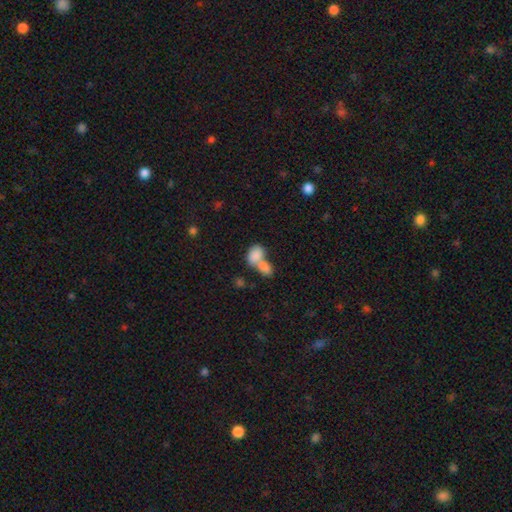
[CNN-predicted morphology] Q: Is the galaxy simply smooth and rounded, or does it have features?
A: smooth — 83%.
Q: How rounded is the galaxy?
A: in between — 88%.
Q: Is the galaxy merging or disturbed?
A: merger — 71%.